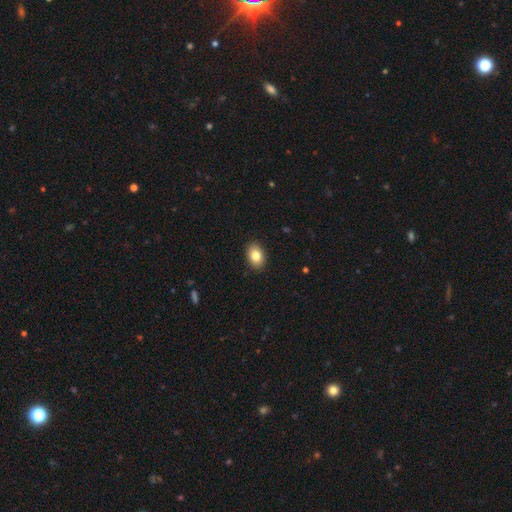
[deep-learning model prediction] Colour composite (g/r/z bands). It shows a smooth galaxy with no disk features (83%) that is in between round and cigar-shaped (81%). Merging: none (90%).